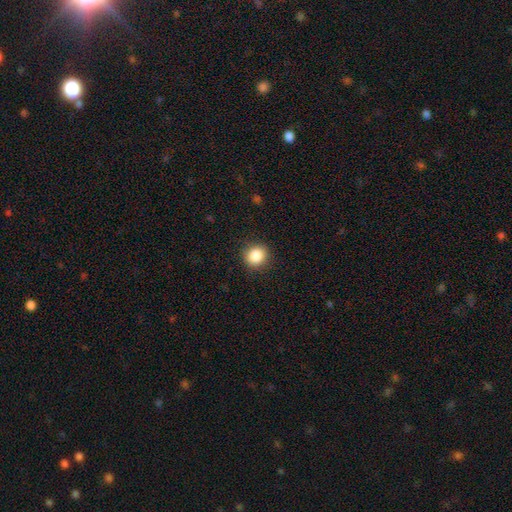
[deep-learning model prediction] Overall: smooth (86%). How rounded: round (88%). Merging: none (90%).